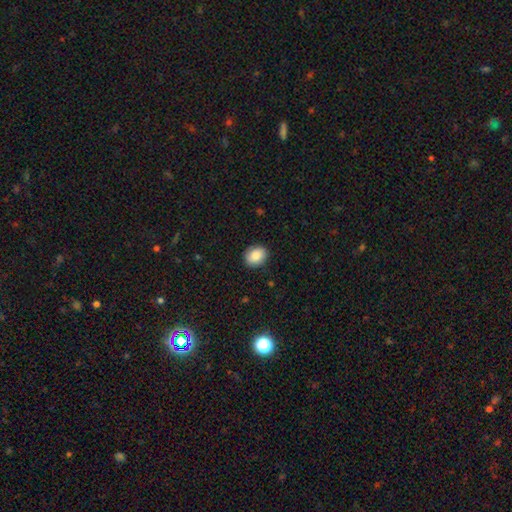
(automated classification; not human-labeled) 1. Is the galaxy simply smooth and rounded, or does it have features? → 87% smooth, 7% star or artifact, 5% featured or disk.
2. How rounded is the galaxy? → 52% in between, 47% round, 1% cigar-shaped.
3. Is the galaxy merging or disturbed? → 88% none, 9% minor disturbance, 2% major disturbance, 1% merger.